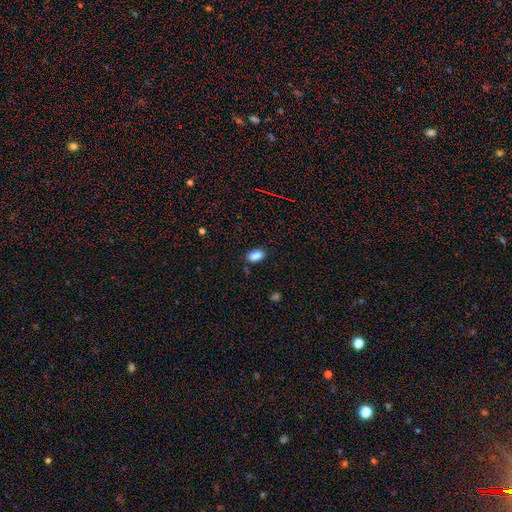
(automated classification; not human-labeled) This is clearly a smooth galaxy (87%). How rounded: clearly in between (91%). Merging: clearly none (82%).